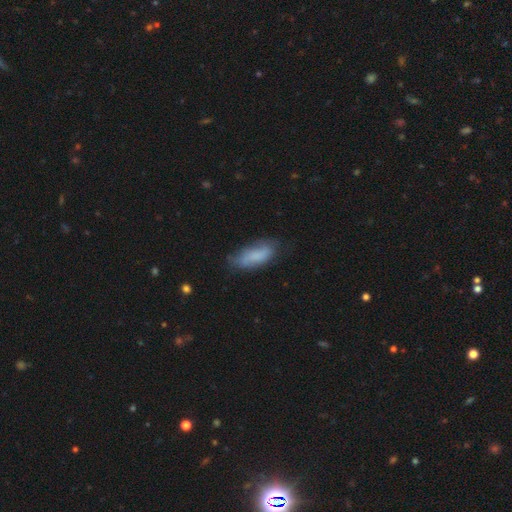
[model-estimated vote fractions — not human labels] Overall: smooth (77%). How rounded: in between (75%). Merging: none (63%; minor disturbance 27%).